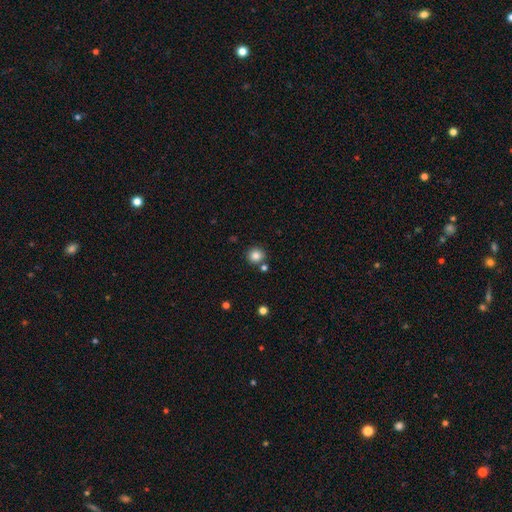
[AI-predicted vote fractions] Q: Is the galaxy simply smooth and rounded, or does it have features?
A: smooth — 84%.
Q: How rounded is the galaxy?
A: round — 91%.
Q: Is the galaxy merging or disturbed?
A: none — 81%.